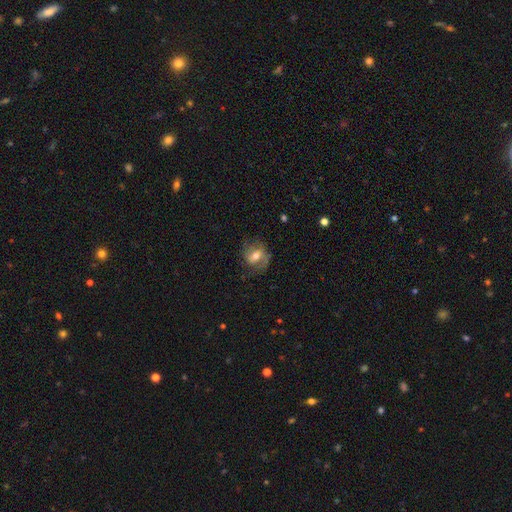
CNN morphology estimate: smooth_or_featured: featured or disk (p=0.61) [alt: smooth p=0.31]
disk_edge_on: no (p=0.96) [alt: yes p=0.04]
bar: weak (p=0.45) [alt: no p=0.33]
has_spiral_arms: yes (p=0.83) [alt: no p=0.17]
bulge_size: moderate (p=0.68) [alt: small p=0.20]
merging: none (p=0.65) [alt: minor disturbance p=0.20]